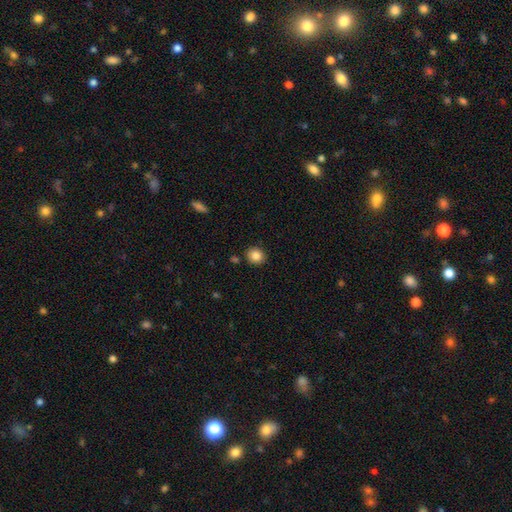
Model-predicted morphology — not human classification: smooth 85%, star or artifact 10%, featured or disk 6%. Down the decision tree: how rounded — round (81%); merging — none (88%).